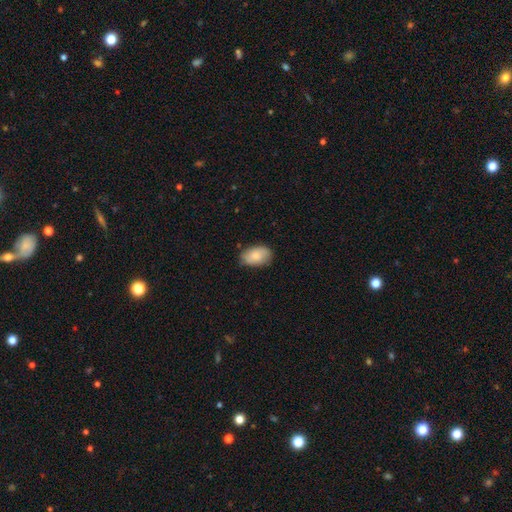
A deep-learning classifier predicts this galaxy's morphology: Smooth or featured?
  - smooth: 78% *
  - featured or disk: 15%
  - star or artifact: 7%
How rounded?
  - in between: 90% *
  - round: 9%
  - cigar-shaped: 1%
Merging?
  - none: 76% *
  - minor disturbance: 20%
  - major disturbance: 3%
  - merger: 1%